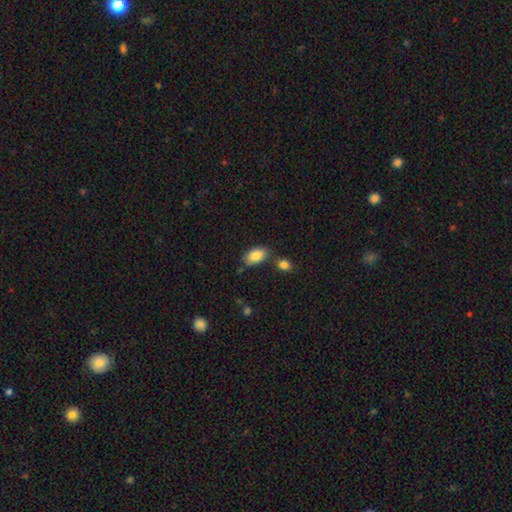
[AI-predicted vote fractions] Smooth or featured? Predicted: smooth (p=0.87). How rounded? Predicted: in between (p=0.93). Merging? Predicted: none (p=0.70).